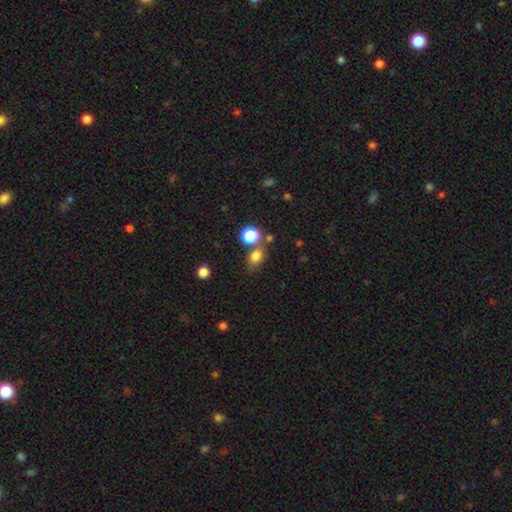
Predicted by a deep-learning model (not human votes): This is likely a smooth galaxy (77%). How rounded: possibly in between (56%). Merging: likely none (62%).